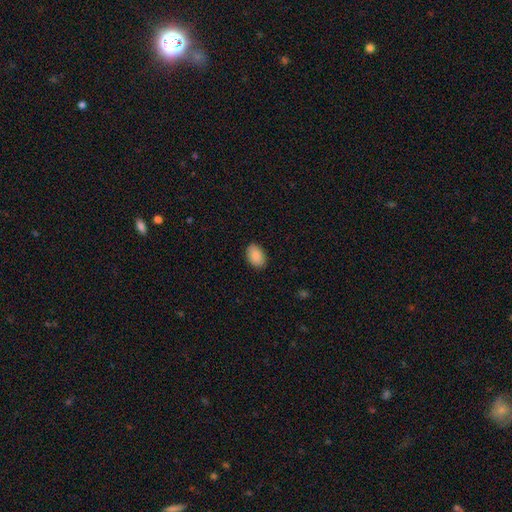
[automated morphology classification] smooth_or_featured: smooth (p=0.89) [alt: star or artifact p=0.06]
how_rounded: in between (p=0.90) [alt: round p=0.09]
merging: none (p=0.88) [alt: minor disturbance p=0.09]